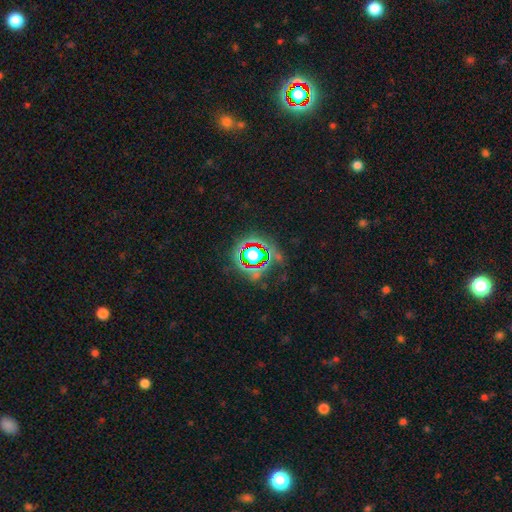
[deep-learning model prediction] Q: Smooth or featured?
A: star or artifact (77%); runner-up: smooth (13%)